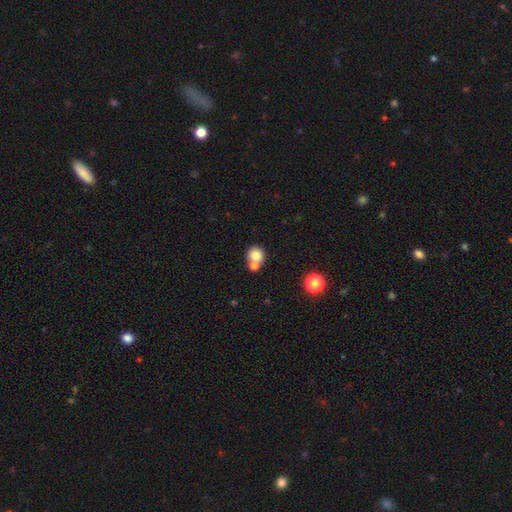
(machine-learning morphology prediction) Smooth or featured? Predicted: smooth (p=0.79). How rounded? Predicted: round (p=0.87). Merging? Predicted: none (p=0.52).